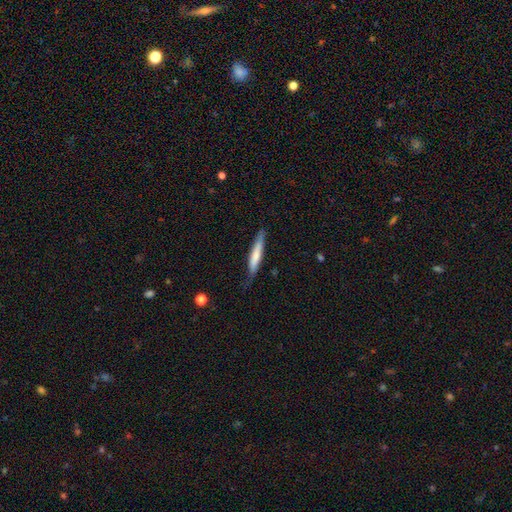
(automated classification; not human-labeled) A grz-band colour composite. It shows a smooth galaxy with no disk features (65%) that is cigar-shaped (92%). Merging: none (73%).